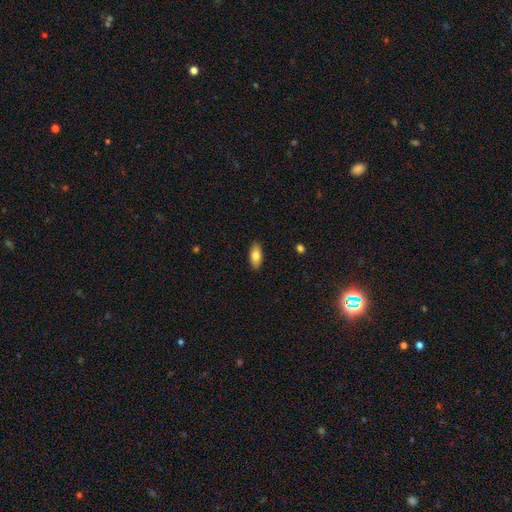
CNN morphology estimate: Smooth or featured?
  - smooth: 80% *
  - featured or disk: 14%
  - star or artifact: 7%
How rounded?
  - in between: 85% *
  - cigar-shaped: 12%
  - round: 2%
Merging?
  - none: 89% *
  - minor disturbance: 8%
  - major disturbance: 2%
  - merger: 1%